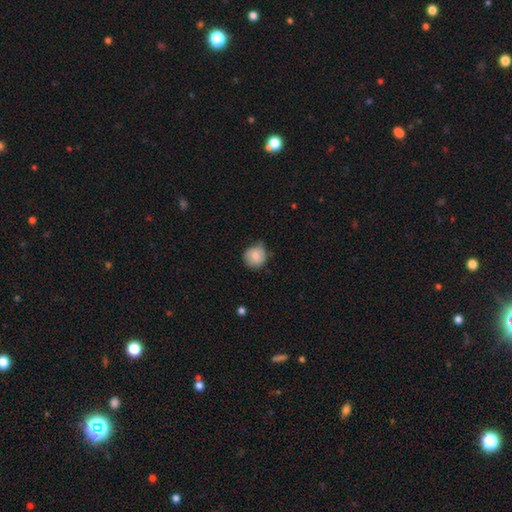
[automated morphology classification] A smooth galaxy with no disk features (77%) that is round (88%).

Vote fractions:
- Smooth or featured? smooth: 77% / featured or disk: 16% / star or artifact: 8%
- How rounded? round: 88% / in between: 11% / cigar-shaped: 1%
- Merging? none: 61% / minor disturbance: 31% / major disturbance: 6% / merger: 2%